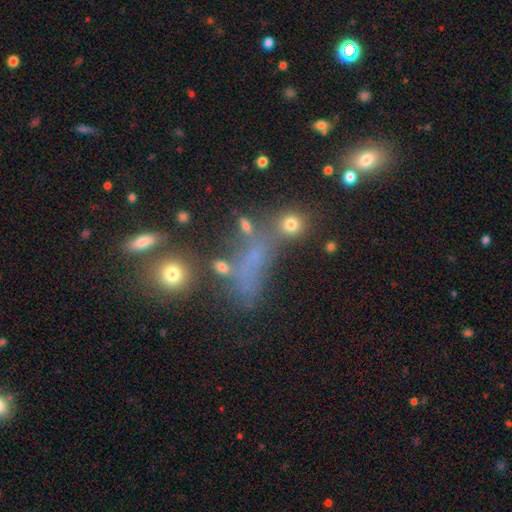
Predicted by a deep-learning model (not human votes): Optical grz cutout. It shows a smooth galaxy with no disk features (53%) that is in between round and cigar-shaped (43%). Merging: none (43%).